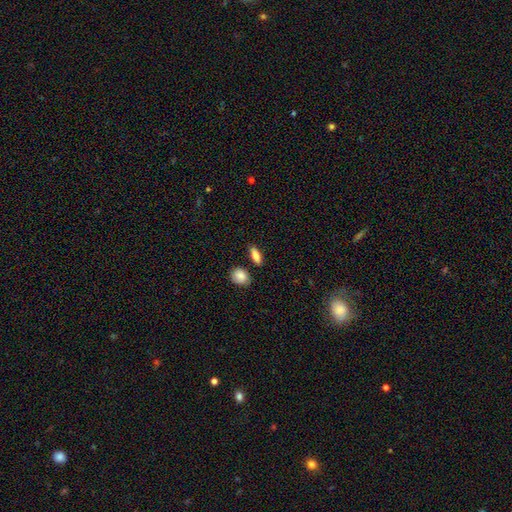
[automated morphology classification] Smooth or featured? smooth (81%)
How rounded? in between (68%)
Merging? none (83%)